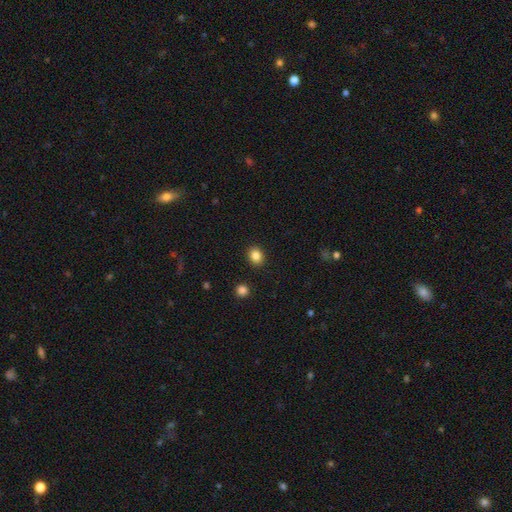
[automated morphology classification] Smooth or featured? smooth (85%)
How rounded? round (61%)
Merging? none (91%)